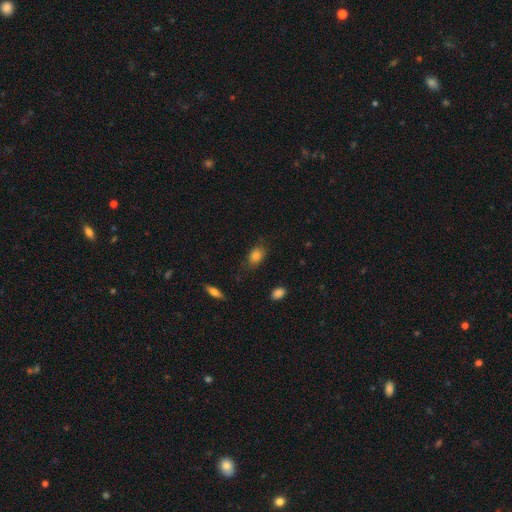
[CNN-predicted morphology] This is clearly a smooth galaxy (85%). How rounded: likely in between (80%). Merging: likely none (74%).